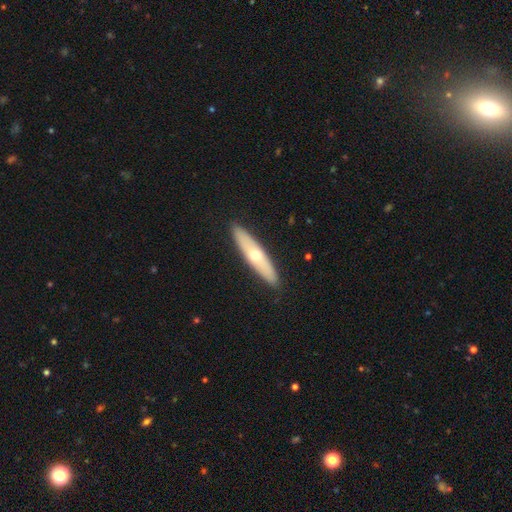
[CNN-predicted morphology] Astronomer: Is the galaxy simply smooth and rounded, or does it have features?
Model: featured or disk — 49% (runner-up: smooth, 45%).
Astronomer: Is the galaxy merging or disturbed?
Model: none — 90%.